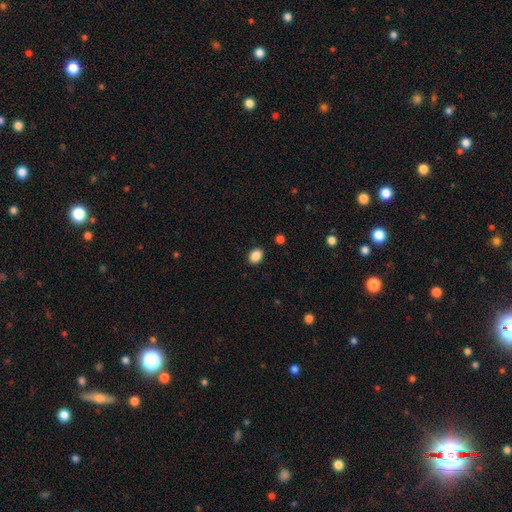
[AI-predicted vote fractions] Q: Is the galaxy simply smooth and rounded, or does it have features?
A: smooth — 88%.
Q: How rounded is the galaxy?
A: in between — 71%.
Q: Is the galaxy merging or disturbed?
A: none — 89%.